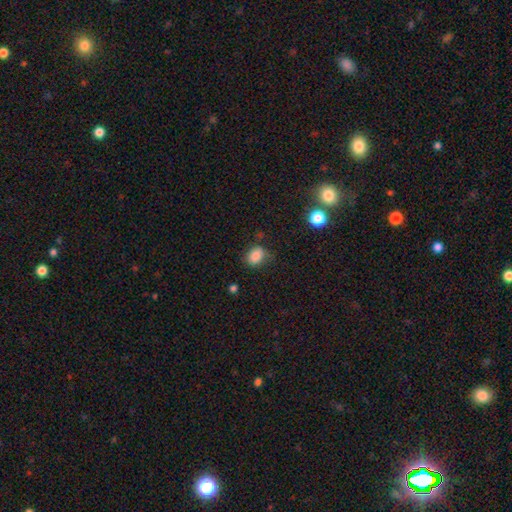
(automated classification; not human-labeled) The model was most divided on "how rounded": in between: 69%, round: 30%, cigar-shaped: 1%. More confident: smooth or featured — smooth (84%); merging — none (71%).